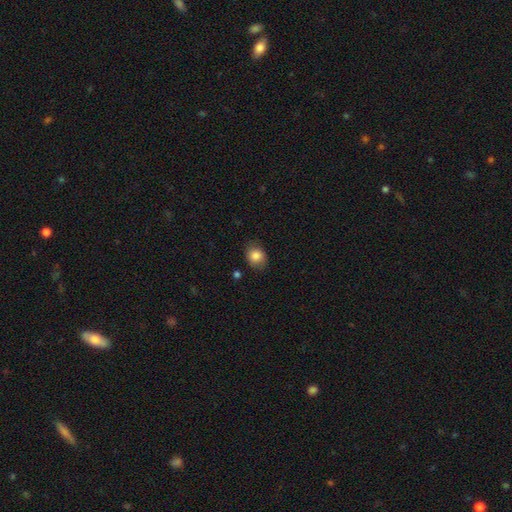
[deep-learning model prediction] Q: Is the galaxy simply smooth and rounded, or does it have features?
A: smooth — 84%.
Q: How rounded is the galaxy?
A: round — 59%.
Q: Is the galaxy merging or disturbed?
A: none — 77%.